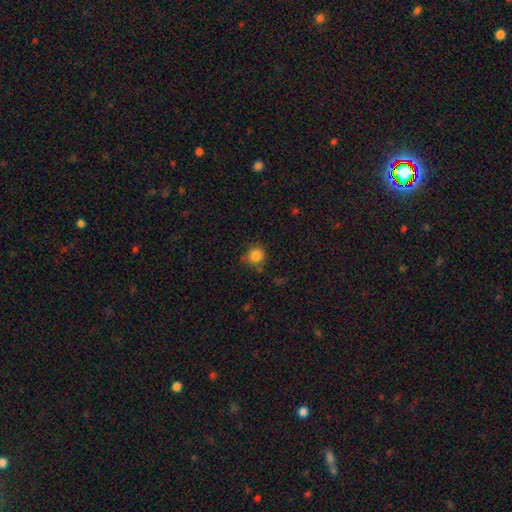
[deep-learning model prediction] A smooth galaxy with no disk features (85%) that is round (90%).

Vote fractions:
- Smooth or featured? smooth: 85% / star or artifact: 11% / featured or disk: 5%
- How rounded? round: 90% / in between: 9% / cigar-shaped: 1%
- Merging? none: 77% / minor disturbance: 15% / merger: 4% / major disturbance: 4%